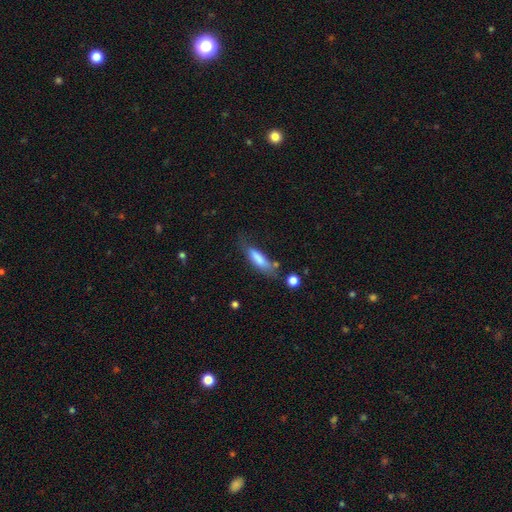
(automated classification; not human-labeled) Morphology: type=smooth (68%); roundness=cigar-shaped (63%); merging=none (60%).